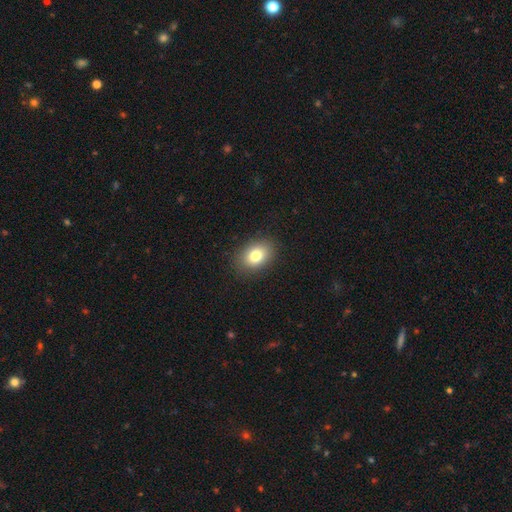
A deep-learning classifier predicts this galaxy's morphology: type=smooth (80%); roundness=in between (73%); merging=none (88%).